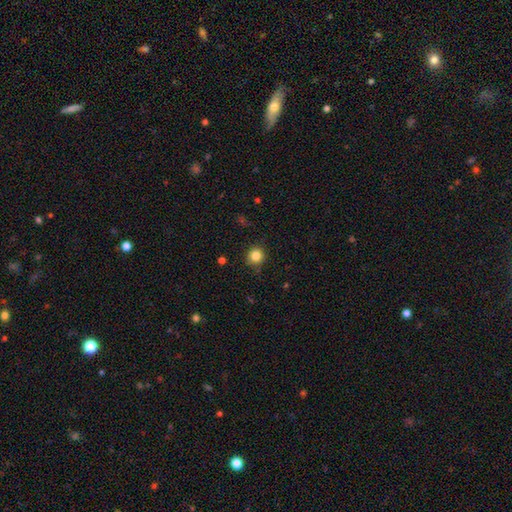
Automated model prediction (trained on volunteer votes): This appears to be a smooth galaxy with no disk features (84%) that is round (91%). Merging: none (87%).